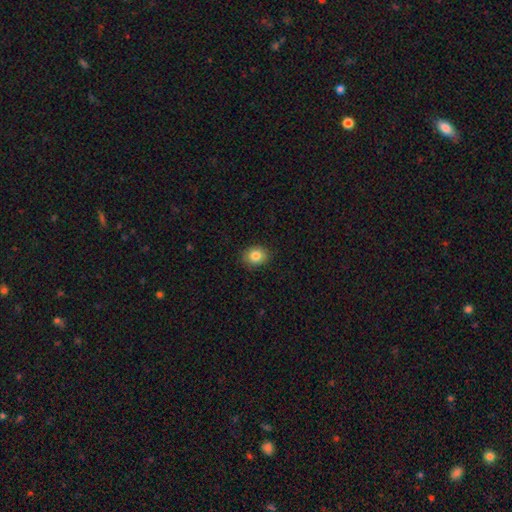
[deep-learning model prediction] A smooth galaxy with no disk features (83%) that is round (57%).

Vote fractions:
- Smooth or featured? smooth: 83% / star or artifact: 10% / featured or disk: 7%
- How rounded? round: 57% / in between: 42% / cigar-shaped: 1%
- Merging? none: 89% / minor disturbance: 8% / major disturbance: 2% / merger: 1%